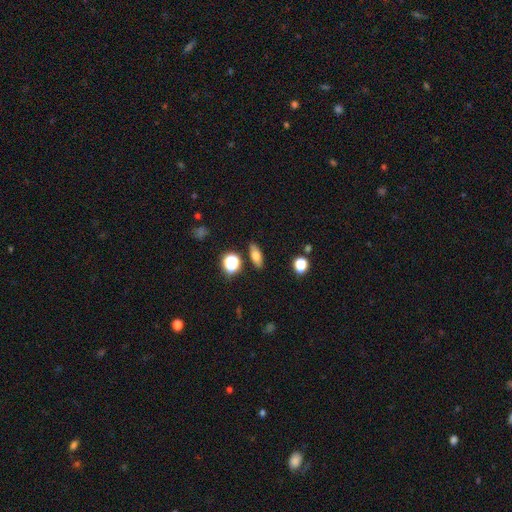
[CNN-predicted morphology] Smooth or featured? Predicted: smooth (p=0.70). How rounded? Predicted: in between (p=0.67). Merging? Predicted: none (p=0.85).